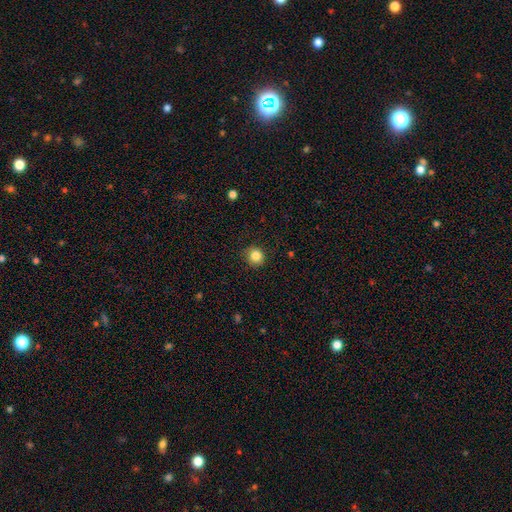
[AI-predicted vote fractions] Q: Smooth or featured?
A: smooth (84%); runner-up: star or artifact (11%)
Q: How rounded?
A: round (91%); runner-up: in between (8%)
Q: Merging?
A: none (87%); runner-up: minor disturbance (9%)